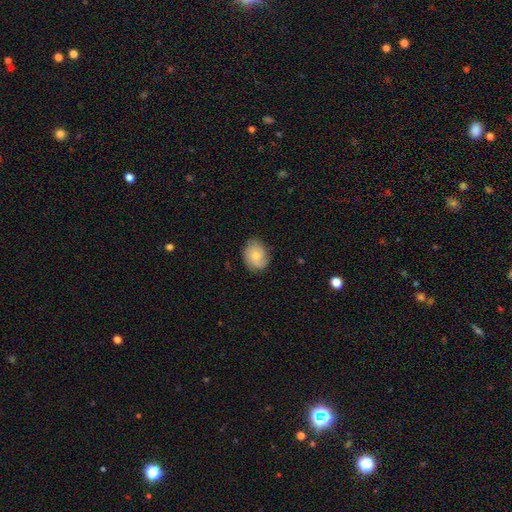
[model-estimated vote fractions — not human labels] A smooth galaxy with no disk features (60%) that is round (54%). Merging: none (79%).